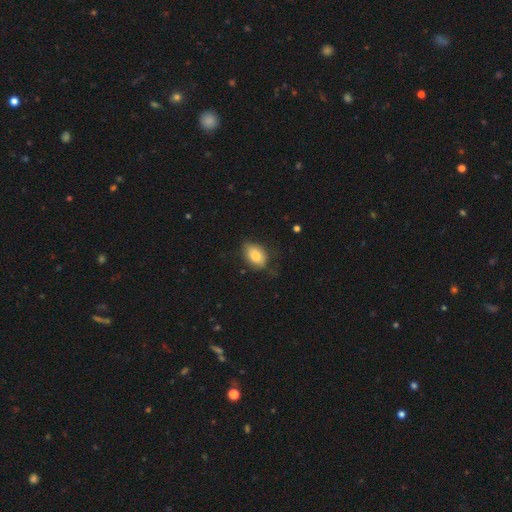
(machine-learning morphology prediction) smooth-or-featured: smooth: 82% | featured or disk: 11% | star or artifact: 7%
  how-rounded: in between: 88% | round: 10% | cigar-shaped: 2%
  merging: none: 66% | minor disturbance: 26% | major disturbance: 7% | merger: 1%